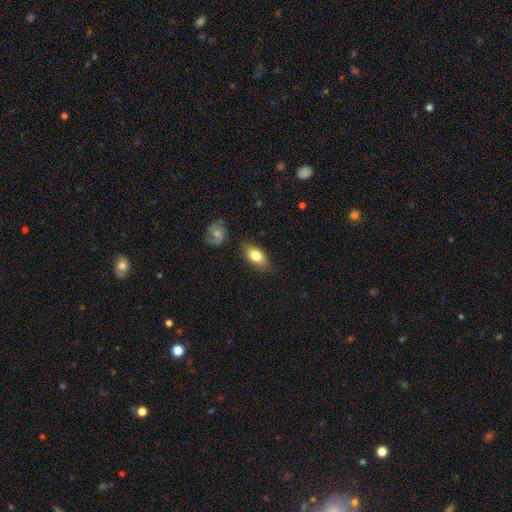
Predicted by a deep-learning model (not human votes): Morphology: type=smooth (76%); roundness=in between (86%); merging=none (77%).